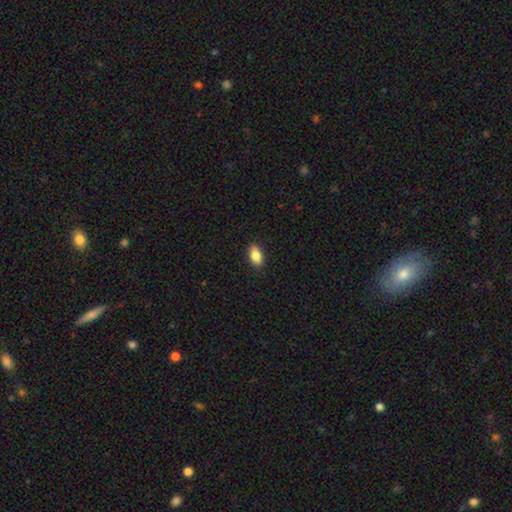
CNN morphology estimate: type=smooth (82%); roundness=in between (89%); merging=none (89%).